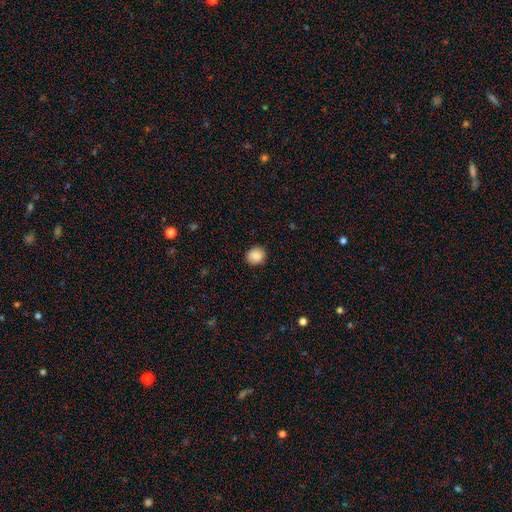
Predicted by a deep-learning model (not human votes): Overall: smooth (88%). How rounded: round (80%). Merging: none (89%).